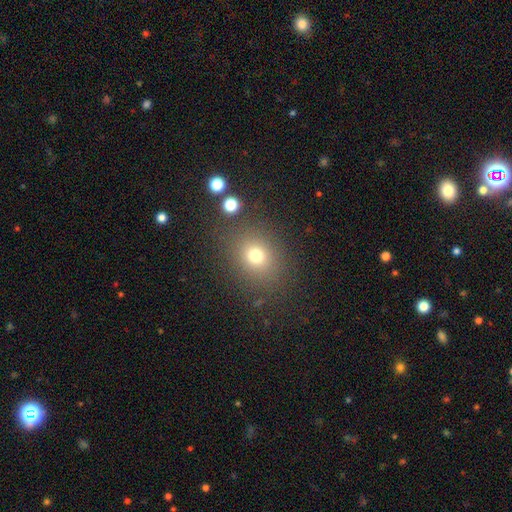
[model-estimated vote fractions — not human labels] This appears to be a smooth galaxy with no disk features (73%) that is round (64%). Merging: none (82%).